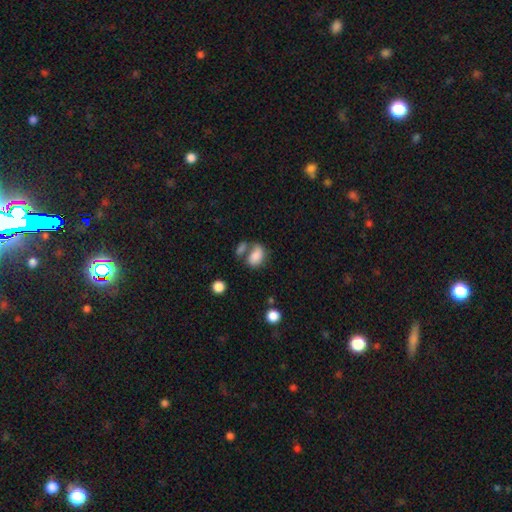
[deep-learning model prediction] Q: Smooth or featured?
A: smooth (80%); runner-up: featured or disk (11%)
Q: How rounded?
A: in between (84%); runner-up: round (14%)
Q: Merging?
A: merger (39%); runner-up: none (34%)